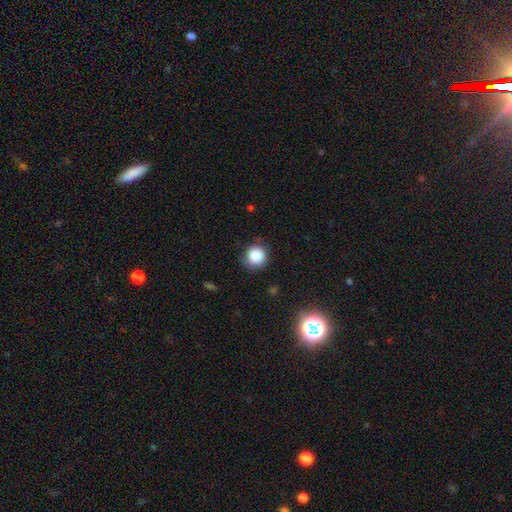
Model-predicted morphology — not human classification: smooth-or-featured: smooth: 86% | star or artifact: 10% | featured or disk: 4%
  how-rounded: round: 93% | in between: 6% | cigar-shaped: 1%
  merging: none: 83% | minor disturbance: 12% | major disturbance: 3% | merger: 1%